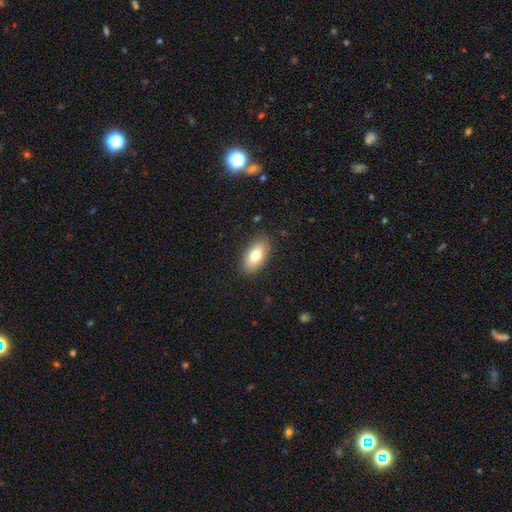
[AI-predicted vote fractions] The model was most divided on "smooth or featured": smooth: 75%, featured or disk: 18%, star or artifact: 7%. More confident: how rounded — in between (89%); merging — none (87%).